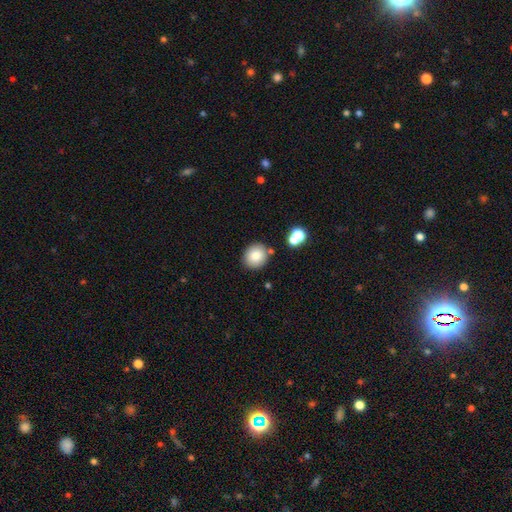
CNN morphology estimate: smooth 82%, star or artifact 10%, featured or disk 9%. Down the decision tree: how rounded — round (77%); merging — none (81%).